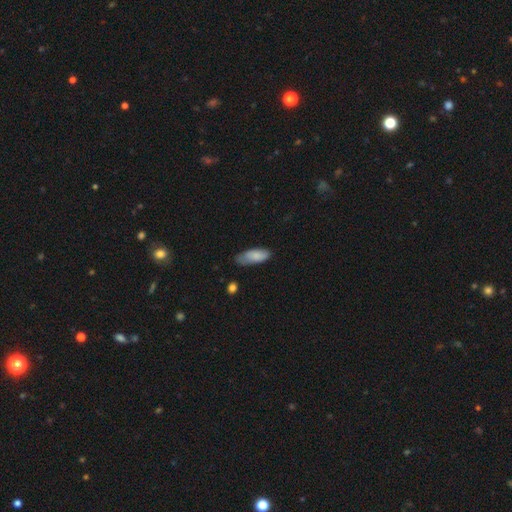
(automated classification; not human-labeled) The model was most divided on "merging": none: 62%, minor disturbance: 30%, major disturbance: 6%, merger: 2%. More confident: smooth or featured — smooth (82%); how rounded — in between (75%).